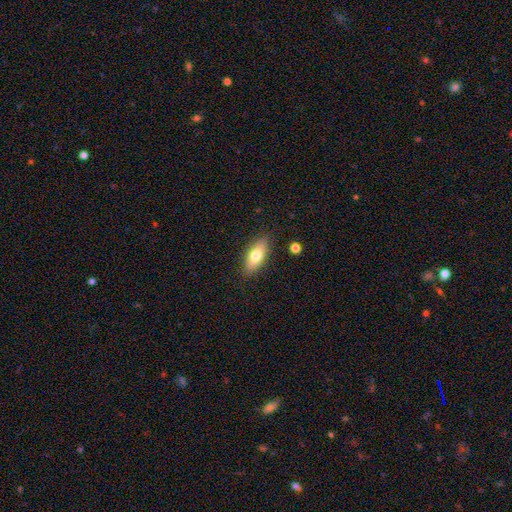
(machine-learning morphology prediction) Overall: smooth (70%). How rounded: in between (75%). Merging: none (85%).